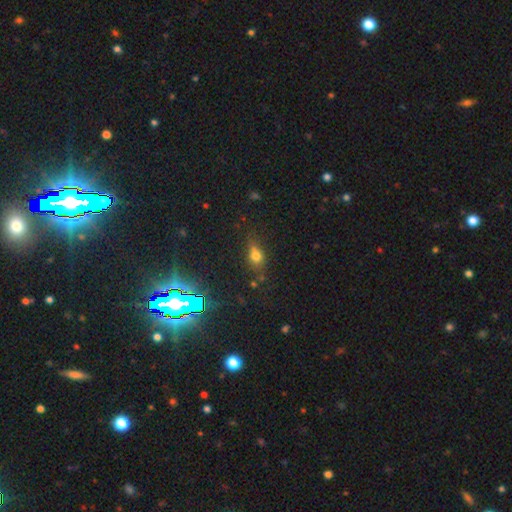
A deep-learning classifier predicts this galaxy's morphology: Overall: smooth (65%). How rounded: in between (56%; round 38%). Merging: none (63%).